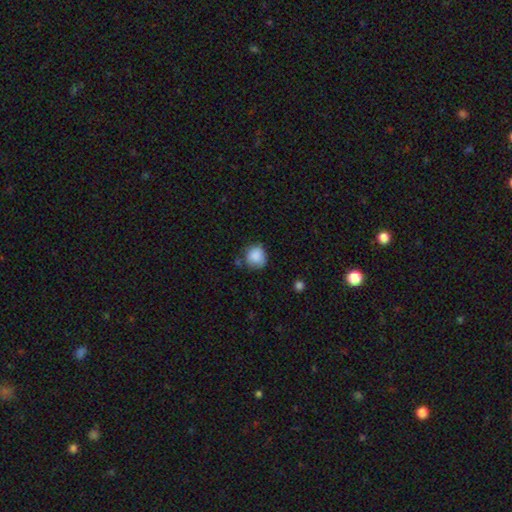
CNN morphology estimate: A smooth galaxy with no disk features (86%) that is round (84%).

Vote fractions:
- Smooth or featured? smooth: 86% / star or artifact: 8% / featured or disk: 6%
- How rounded? round: 84% / in between: 15% / cigar-shaped: 1%
- Merging? none: 61% / minor disturbance: 26% / major disturbance: 7% / merger: 5%